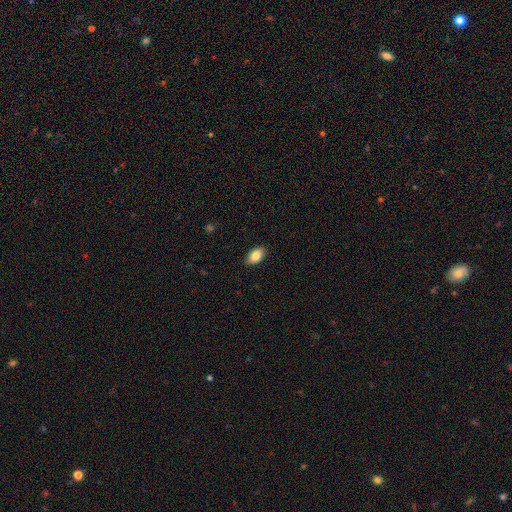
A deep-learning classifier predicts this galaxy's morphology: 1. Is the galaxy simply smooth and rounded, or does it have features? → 86% smooth, 7% star or artifact, 6% featured or disk.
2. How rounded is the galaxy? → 92% in between, 5% round, 2% cigar-shaped.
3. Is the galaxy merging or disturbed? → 87% none, 10% minor disturbance, 2% major disturbance, 1% merger.